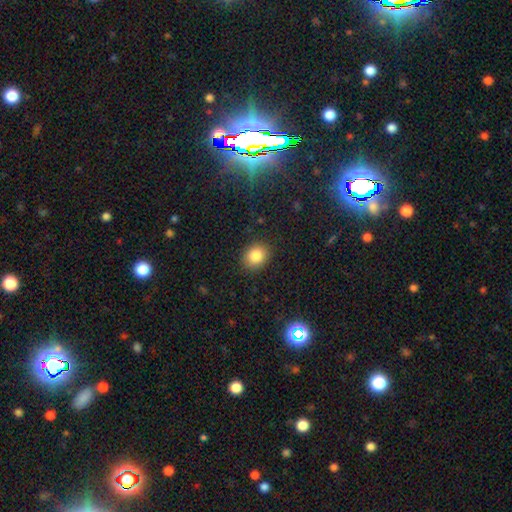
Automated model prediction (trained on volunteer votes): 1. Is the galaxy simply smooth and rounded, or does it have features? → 84% smooth, 10% star or artifact, 6% featured or disk.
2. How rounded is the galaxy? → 58% round, 42% in between, 1% cigar-shaped.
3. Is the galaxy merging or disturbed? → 88% none, 8% minor disturbance, 2% major disturbance, 1% merger.